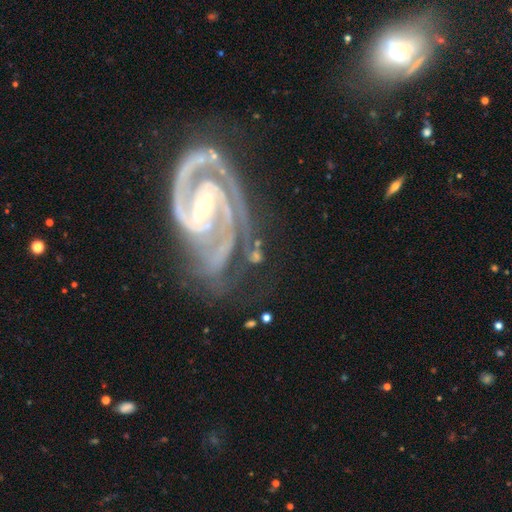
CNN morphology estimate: This is likely a featured or disk galaxy (79%). It is clearly not viewed edge-on (95%). Bar: marginally strong (36%). Spiral arm pattern: clearly yes (93%). Spiral arm count: possibly 2 (53%). Spiral winding: possibly tight (58%). Central bulge: possibly small (54%). Merging: possibly none (55%).